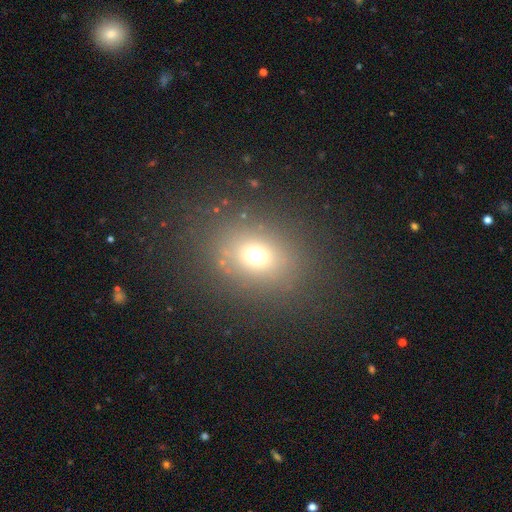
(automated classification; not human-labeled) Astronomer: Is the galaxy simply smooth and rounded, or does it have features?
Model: smooth — 67%.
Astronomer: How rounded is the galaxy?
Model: round — 61% (runner-up: in between, 38%).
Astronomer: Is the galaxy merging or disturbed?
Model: none — 82%.